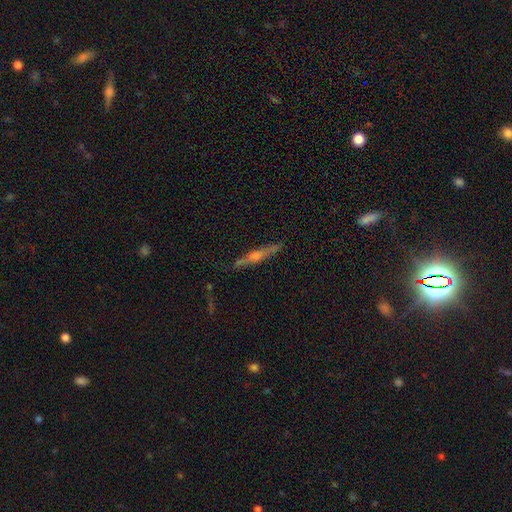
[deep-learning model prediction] Morphology: type=featured or disk (70%); edge-on=yes (97%); edge-on bulge=rounded (82%); merging=none (85%).